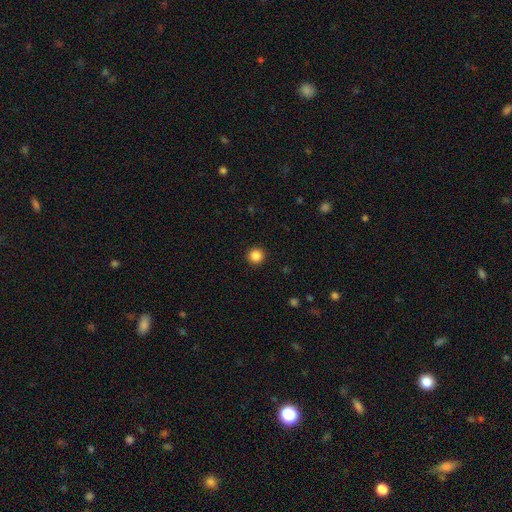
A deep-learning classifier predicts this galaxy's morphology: This appears to be a smooth galaxy with no disk features (86%) that is round (95%). Merging: none (93%).